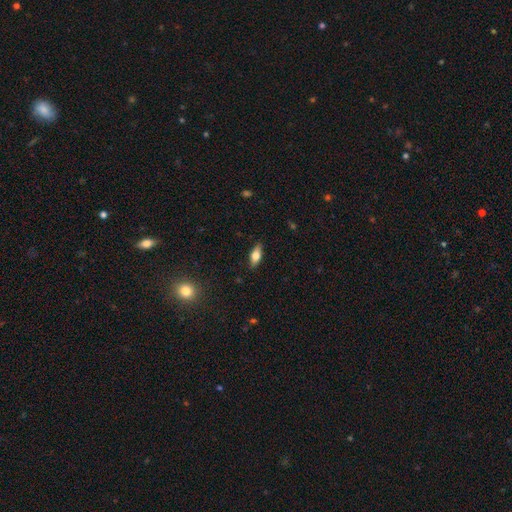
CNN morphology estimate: Smooth or featured: smooth — 66% (featured or disk — 27%)
How rounded: in between — 77% (cigar-shaped — 20%)
Merging: none — 86% (minor disturbance — 10%)